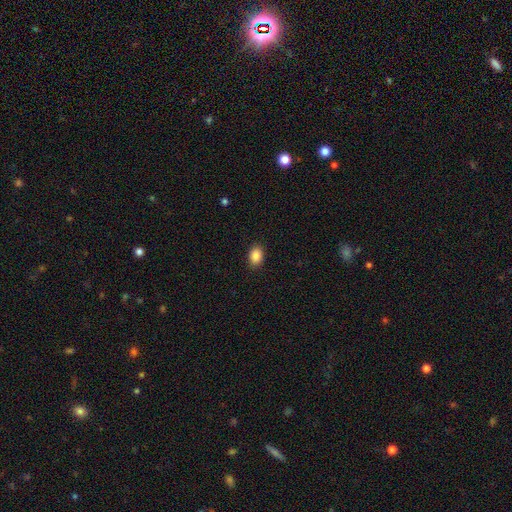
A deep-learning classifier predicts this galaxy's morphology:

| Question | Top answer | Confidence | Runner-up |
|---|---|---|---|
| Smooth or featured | smooth | 88% | star or artifact (8%) |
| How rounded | in between | 75% | round (24%) |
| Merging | none | 89% | minor disturbance (8%) |